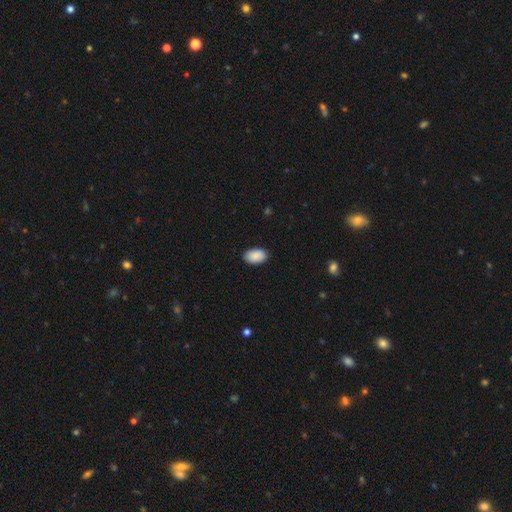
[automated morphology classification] This appears to be a smooth galaxy with no disk features (91%) that is in between round and cigar-shaped (93%). Merging: none (88%).